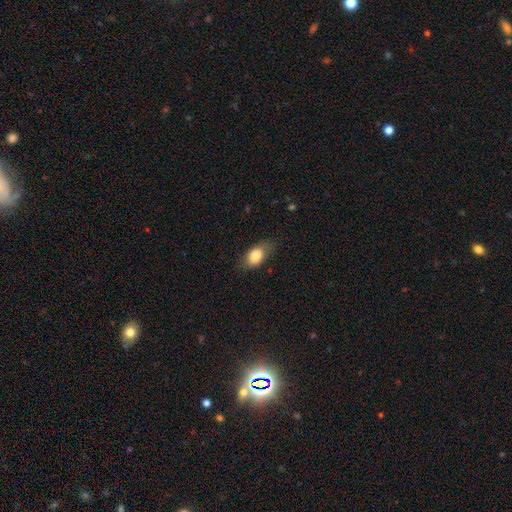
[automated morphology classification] The model was most divided on "merging": none: 72%, minor disturbance: 21%, major disturbance: 6%, merger: 1%. More confident: how rounded — in between (87%); smooth or featured — smooth (79%).